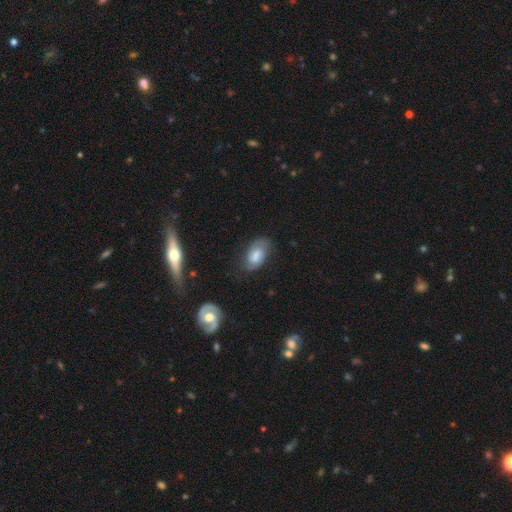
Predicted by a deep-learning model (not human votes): A featured or disk galaxy (51%). Merging: none (68%).